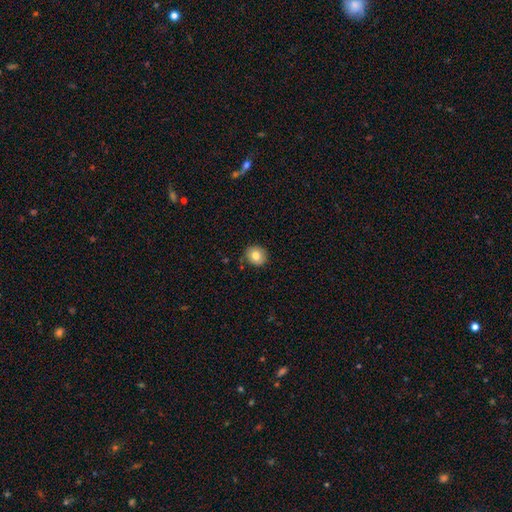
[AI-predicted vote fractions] A smooth galaxy with no disk features (79%) that is round (83%). Merging: none (86%).